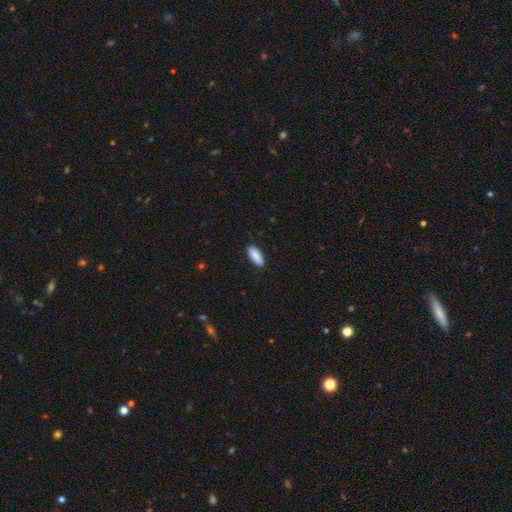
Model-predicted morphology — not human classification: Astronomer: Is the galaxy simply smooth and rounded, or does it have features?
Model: smooth — 91%.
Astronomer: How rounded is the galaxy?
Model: in between — 85%.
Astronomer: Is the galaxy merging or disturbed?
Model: none — 89%.